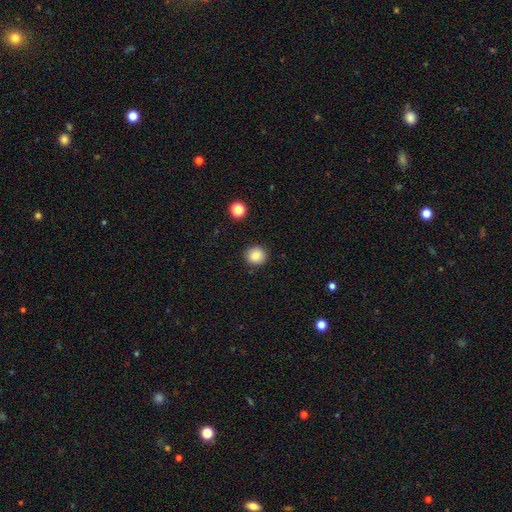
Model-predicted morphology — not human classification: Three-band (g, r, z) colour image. It shows a smooth galaxy with no disk features (85%) that is round (90%). Merging: none (90%).